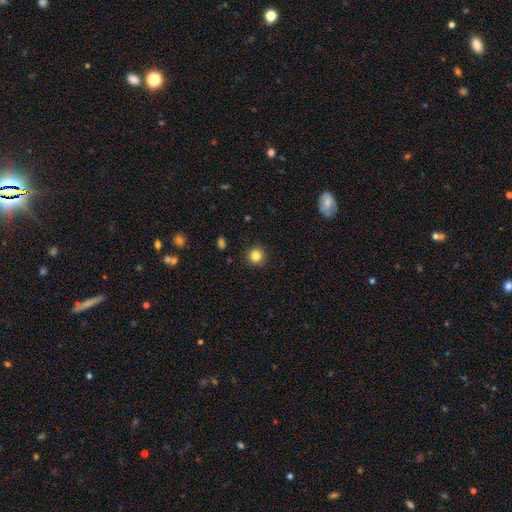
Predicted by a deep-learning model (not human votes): smooth-or-featured: smooth: 83% | star or artifact: 12% | featured or disk: 5%
  how-rounded: round: 93% | in between: 6% | cigar-shaped: 1%
  merging: none: 91% | minor disturbance: 6% | major disturbance: 2% | merger: 1%